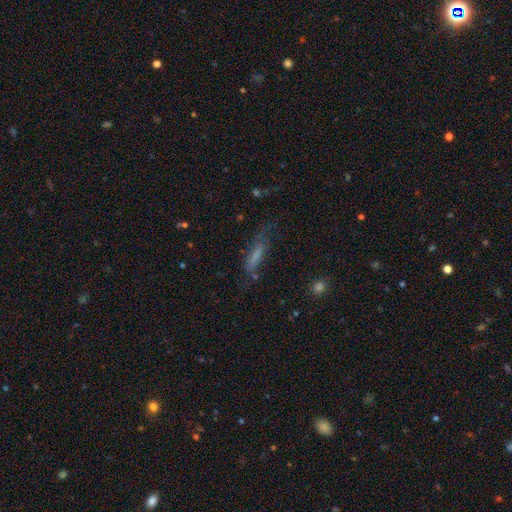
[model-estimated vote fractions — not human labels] smooth-or-featured: smooth: 59% | featured or disk: 28% | star or artifact: 13%
  how-rounded: cigar-shaped: 76% | in between: 21% | round: 2%
  merging: none: 52% | minor disturbance: 26% | major disturbance: 18% | merger: 4%